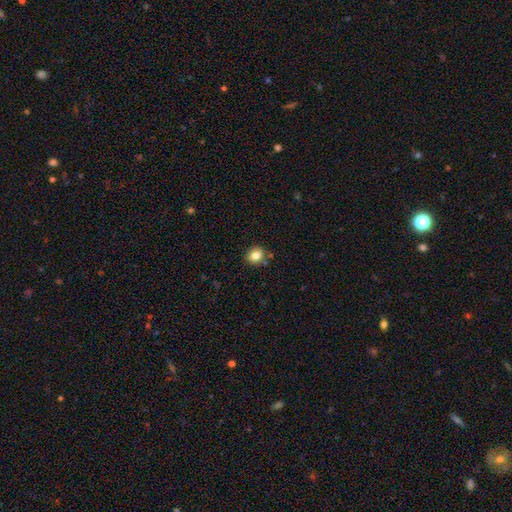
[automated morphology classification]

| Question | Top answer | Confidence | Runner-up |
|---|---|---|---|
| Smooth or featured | smooth | 82% | star or artifact (10%) |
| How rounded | round | 62% | in between (37%) |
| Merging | none | 83% | minor disturbance (10%) |